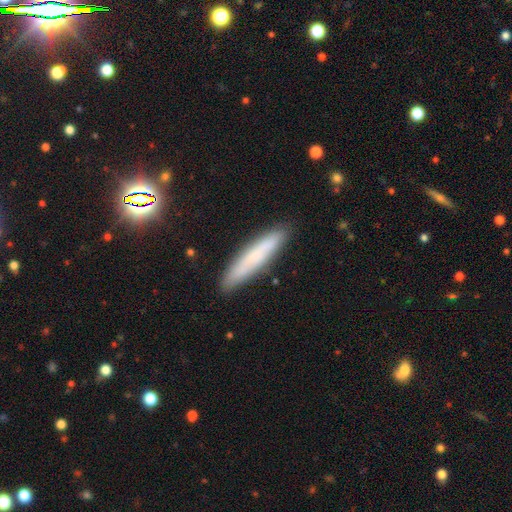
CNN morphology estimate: This is likely a smooth galaxy (68%). How rounded: clearly cigar-shaped (89%). Merging: clearly none (88%).